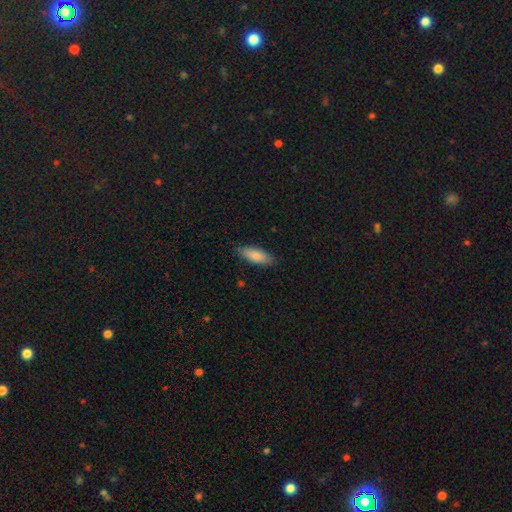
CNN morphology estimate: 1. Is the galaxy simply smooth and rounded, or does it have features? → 81% smooth, 13% featured or disk, 6% star or artifact.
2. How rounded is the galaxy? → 74% in between, 24% cigar-shaped, 2% round.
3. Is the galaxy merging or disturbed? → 84% none, 12% minor disturbance, 2% major disturbance, 1% merger.